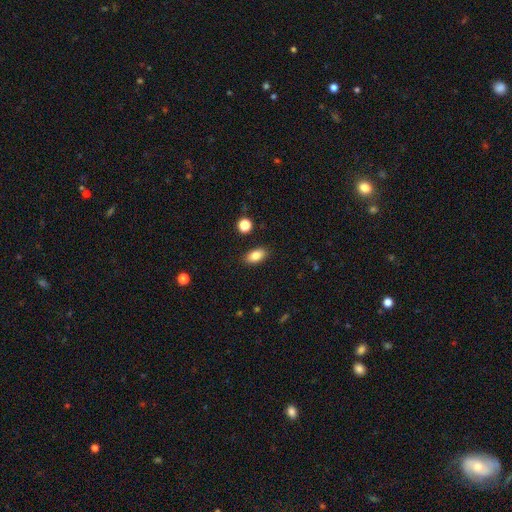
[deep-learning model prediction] The model was most divided on "smooth or featured": smooth: 82%, featured or disk: 10%, star or artifact: 8%. More confident: how rounded — in between (89%); merging — none (88%).